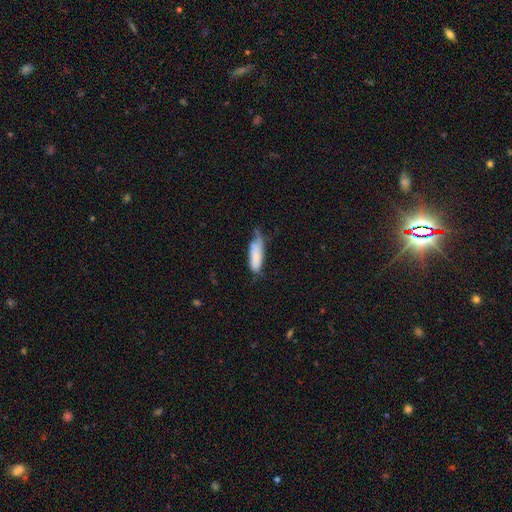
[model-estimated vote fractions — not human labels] Smooth or featured: smooth — 81% (featured or disk — 13%)
How rounded: in between — 52% (cigar-shaped — 47%)
Merging: minor disturbance — 42% (none — 40%)